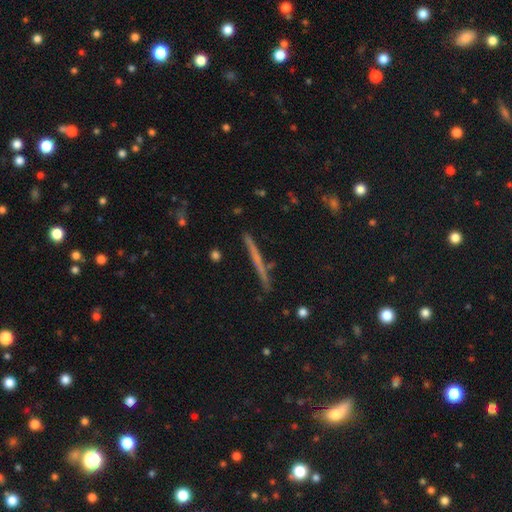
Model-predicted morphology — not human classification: Smooth or featured? featured or disk (50%)
Edge-on disk? yes (94%)
Merging? none (85%)